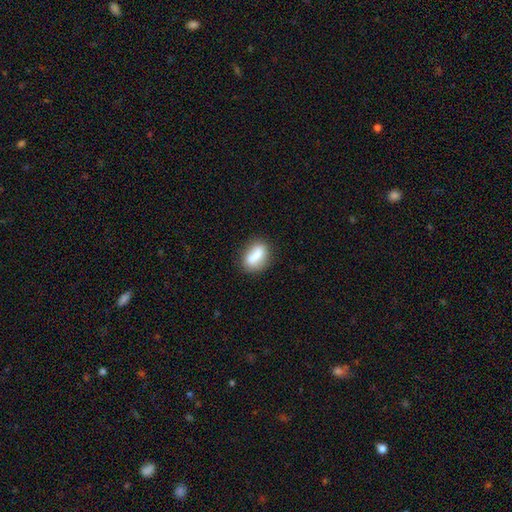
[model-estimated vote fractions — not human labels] smooth_or_featured: smooth (p=0.72) [alt: featured or disk p=0.20]
how_rounded: in between (p=0.75) [alt: round p=0.17]
merging: none (p=0.56) [alt: merger p=0.21]